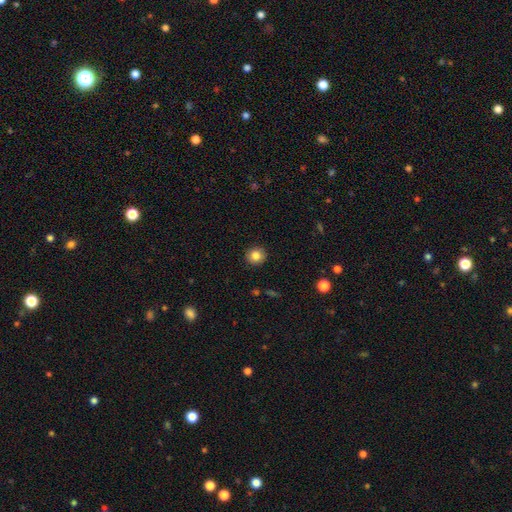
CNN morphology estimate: The model was most divided on "smooth or featured": smooth: 83%, star or artifact: 10%, featured or disk: 6%. More confident: merging — none (91%); how rounded — round (90%).